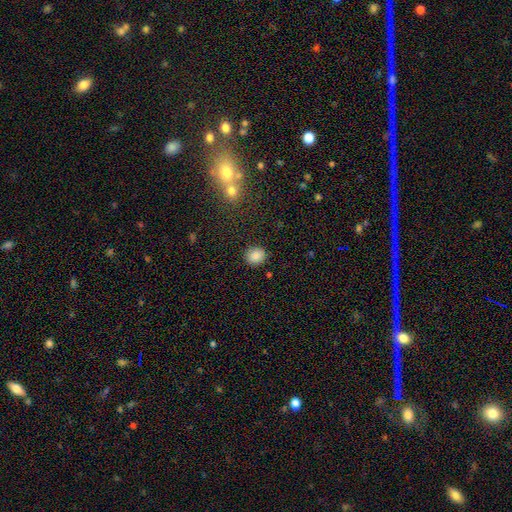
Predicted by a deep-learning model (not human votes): smooth_or_featured: smooth (p=0.86) [alt: star or artifact p=0.10]
how_rounded: round (p=0.78) [alt: in between p=0.21]
merging: none (p=0.89) [alt: minor disturbance p=0.07]